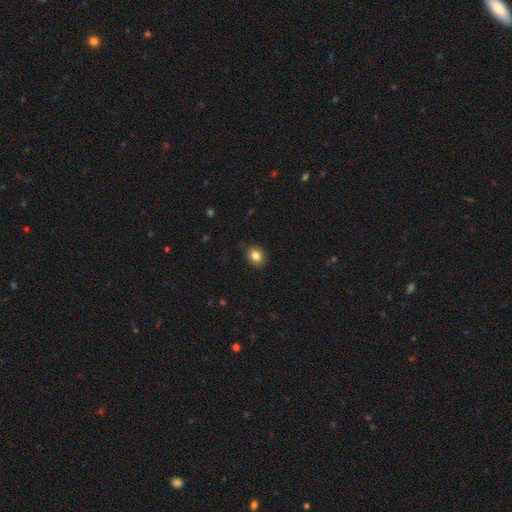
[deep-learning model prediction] Smooth or featured? Predicted: smooth (p=0.84). How rounded? Predicted: round (p=0.60). Merging? Predicted: none (p=0.89).